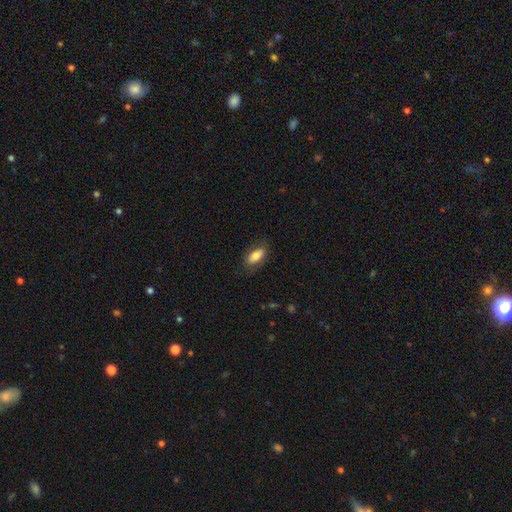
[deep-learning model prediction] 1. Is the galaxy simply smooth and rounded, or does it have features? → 78% smooth, 15% featured or disk, 7% star or artifact.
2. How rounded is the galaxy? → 84% in between, 12% cigar-shaped, 3% round.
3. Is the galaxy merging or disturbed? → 75% none, 18% minor disturbance, 6% major disturbance, 1% merger.